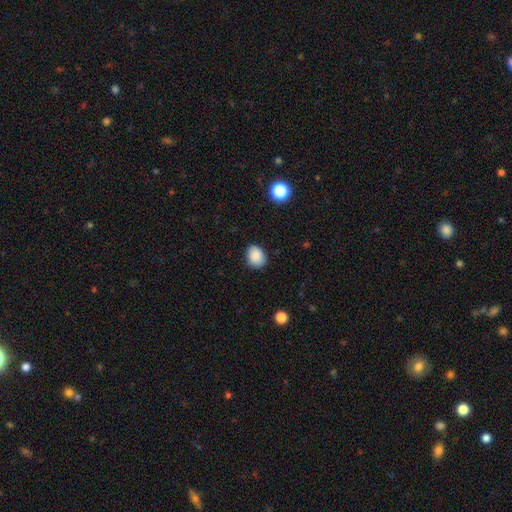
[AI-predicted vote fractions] The model was most divided on "how rounded": in between: 55%, round: 44%, cigar-shaped: 1%. More confident: smooth or featured — smooth (87%); merging — none (81%).